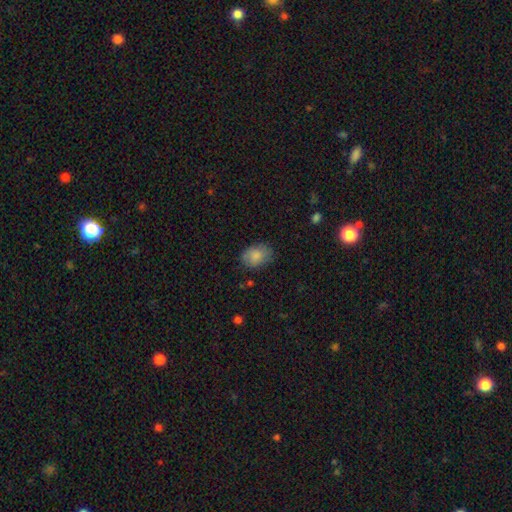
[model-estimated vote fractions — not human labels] Q: Smooth or featured?
A: smooth (82%); runner-up: featured or disk (10%)
Q: How rounded?
A: in between (70%); runner-up: round (29%)
Q: Merging?
A: none (74%); runner-up: minor disturbance (20%)